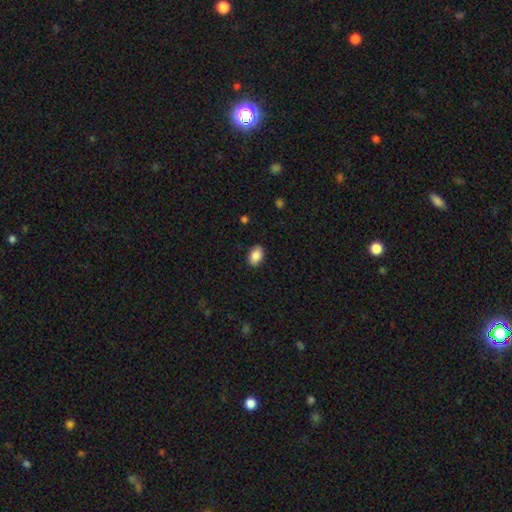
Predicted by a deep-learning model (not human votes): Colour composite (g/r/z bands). It shows a smooth galaxy with no disk features (87%) that is in between round and cigar-shaped (83%). Merging: none (88%).